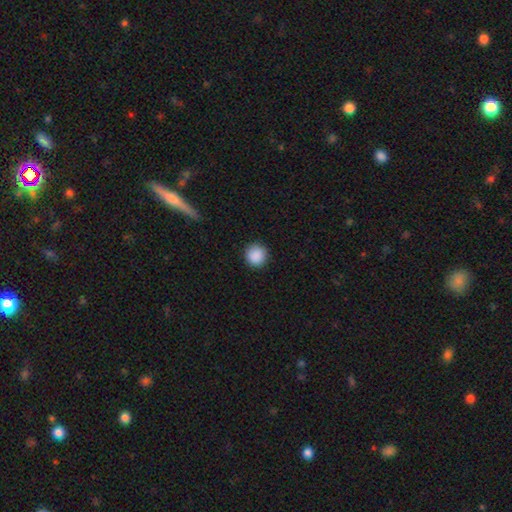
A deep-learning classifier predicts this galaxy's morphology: A smooth galaxy with no disk features (90%) that is round (94%). Merging: none (91%).